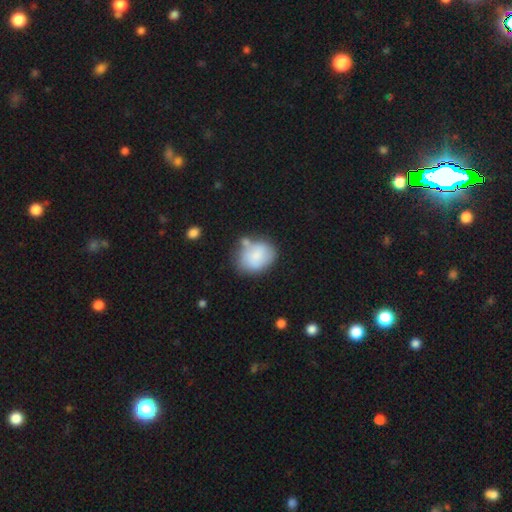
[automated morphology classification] Overall: smooth (78%). How rounded: in between (55%; round 44%). Merging: none (49%; minor disturbance 24%).